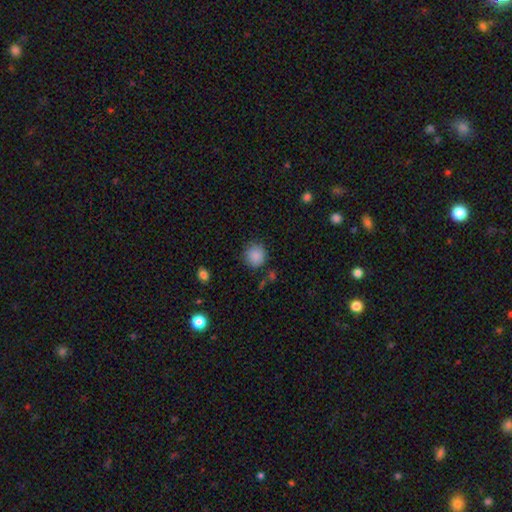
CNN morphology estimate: Smooth or featured?
  - smooth: 87% *
  - star or artifact: 9%
  - featured or disk: 3%
How rounded?
  - round: 90% *
  - in between: 10%
  - cigar-shaped: 1%
Merging?
  - none: 85% *
  - minor disturbance: 10%
  - major disturbance: 3%
  - merger: 2%